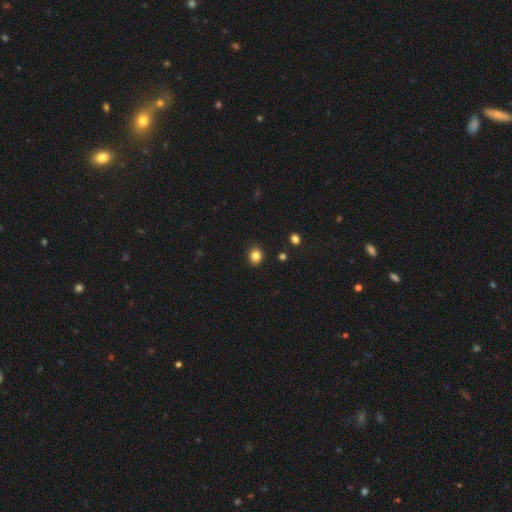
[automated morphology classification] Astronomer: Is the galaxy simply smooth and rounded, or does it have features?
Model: smooth — 84%.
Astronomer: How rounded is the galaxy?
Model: round — 72%.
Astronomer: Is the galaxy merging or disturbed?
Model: none — 90%.